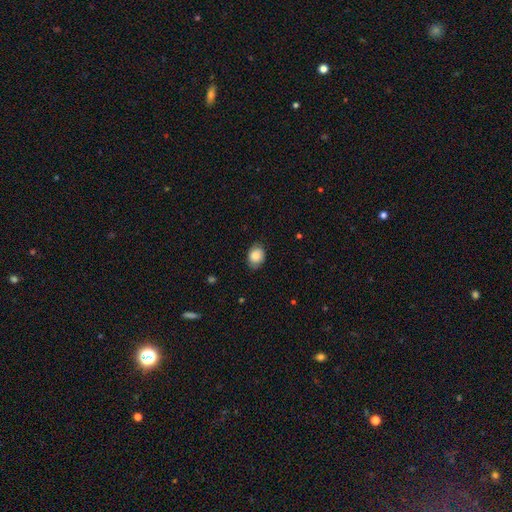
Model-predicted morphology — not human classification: smooth-or-featured: smooth: 82% | featured or disk: 10% | star or artifact: 7%
  how-rounded: in between: 69% | round: 30% | cigar-shaped: 1%
  merging: none: 78% | minor disturbance: 18% | major disturbance: 4% | merger: 1%